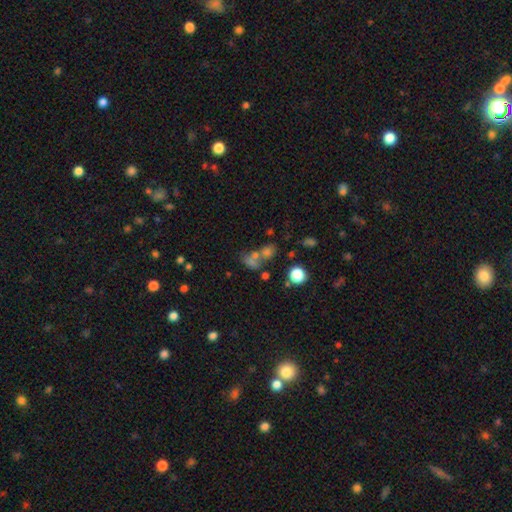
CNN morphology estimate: A smooth galaxy with no disk features (50%). Merging: none (42%).